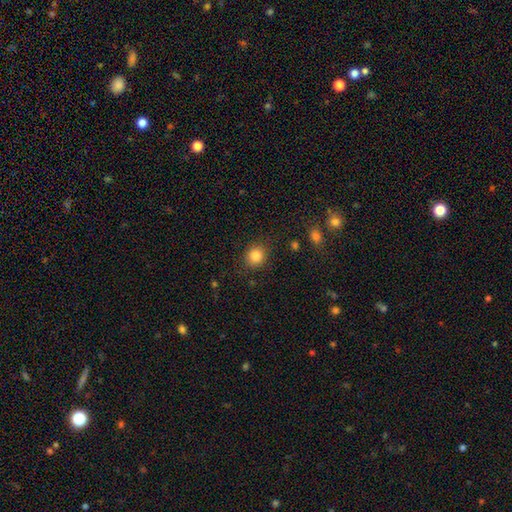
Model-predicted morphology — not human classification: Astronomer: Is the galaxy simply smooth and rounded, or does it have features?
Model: smooth — 85%.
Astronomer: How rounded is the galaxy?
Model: round — 80%.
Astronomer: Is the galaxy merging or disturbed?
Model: none — 85%.